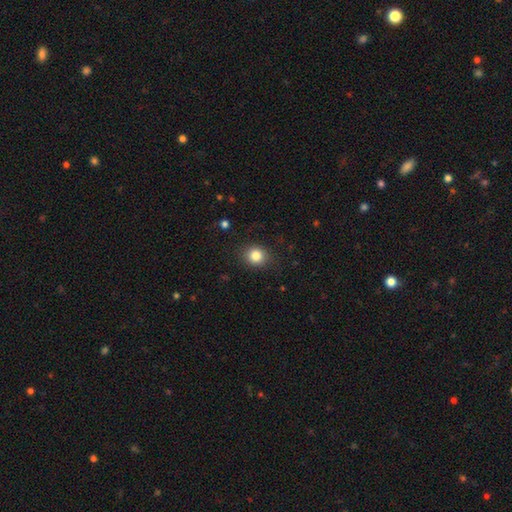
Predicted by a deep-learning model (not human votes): This appears to be a smooth galaxy with no disk features (83%) that is round (76%). Merging: none (87%).